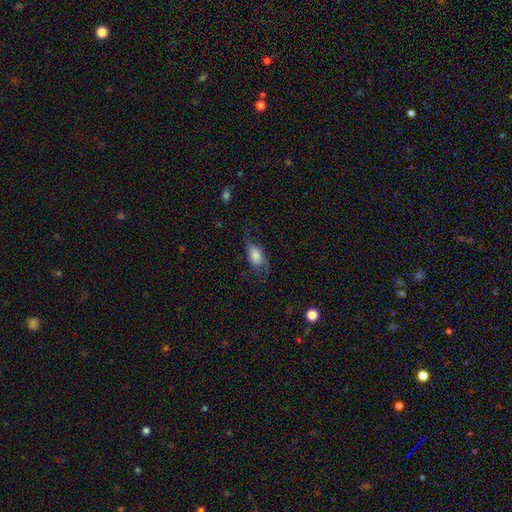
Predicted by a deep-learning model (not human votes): smooth 56%, featured or disk 35%, star or artifact 9%. Down the decision tree: how rounded — in between (85%); merging — none (53%).